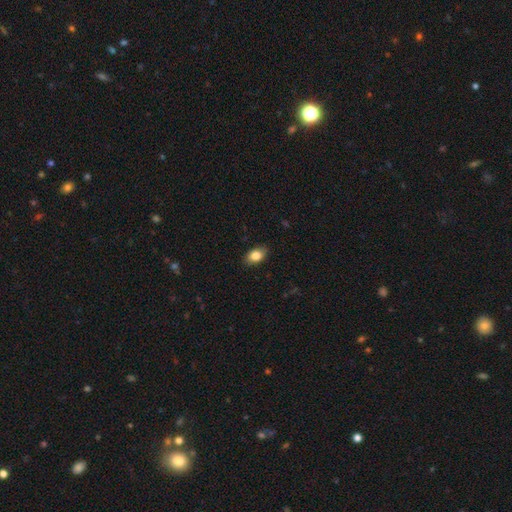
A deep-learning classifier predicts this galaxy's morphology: Q: Smooth or featured?
A: smooth (84%); runner-up: featured or disk (8%)
Q: How rounded?
A: in between (87%); runner-up: round (11%)
Q: Merging?
A: none (87%); runner-up: minor disturbance (10%)